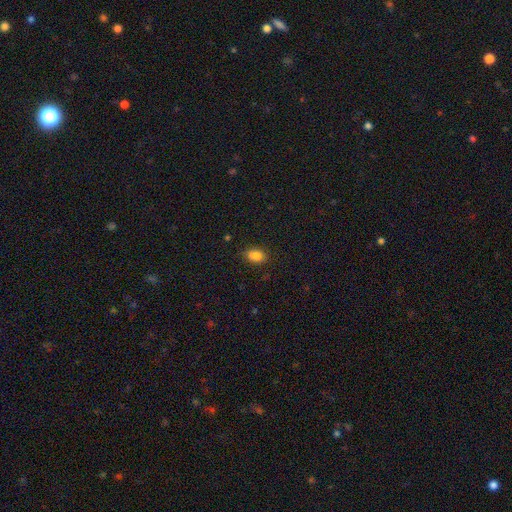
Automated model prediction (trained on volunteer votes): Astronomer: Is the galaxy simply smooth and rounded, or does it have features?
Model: smooth — 82%.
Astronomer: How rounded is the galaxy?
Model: in between — 73%.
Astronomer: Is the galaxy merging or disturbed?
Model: none — 69%.